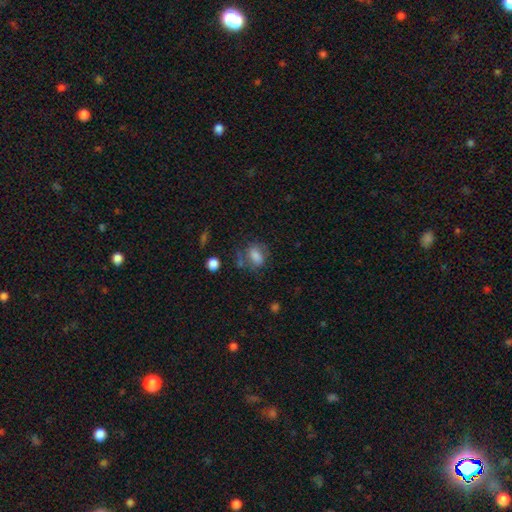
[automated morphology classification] Q: Smooth or featured?
A: smooth (71%); runner-up: featured or disk (19%)
Q: How rounded?
A: in between (73%); runner-up: round (24%)
Q: Merging?
A: none (50%); runner-up: minor disturbance (25%)